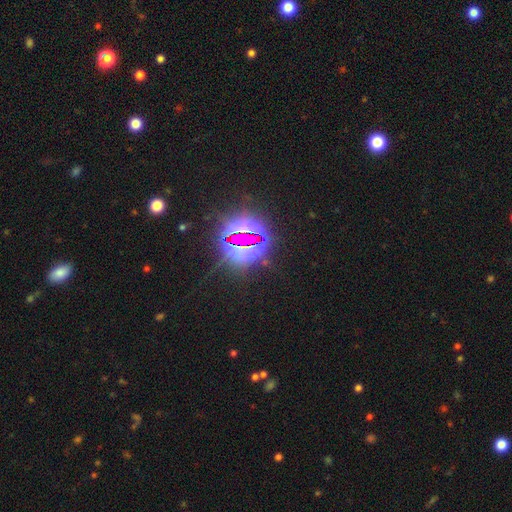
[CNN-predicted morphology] The model was most divided on "smooth or featured": star or artifact: 82%, smooth: 11%, featured or disk: 7%.